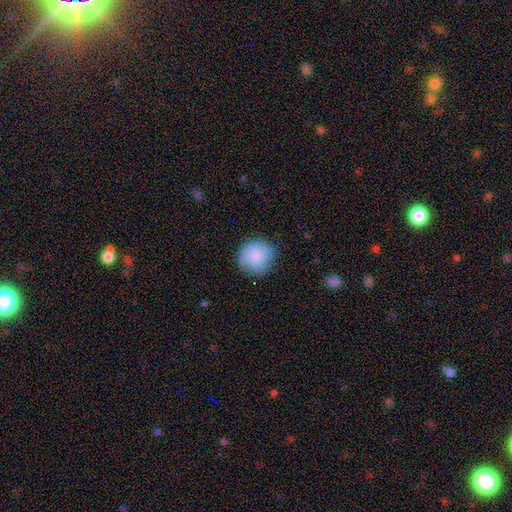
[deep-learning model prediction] This is clearly a smooth galaxy (84%). How rounded: clearly round (91%). Merging: clearly none (81%).